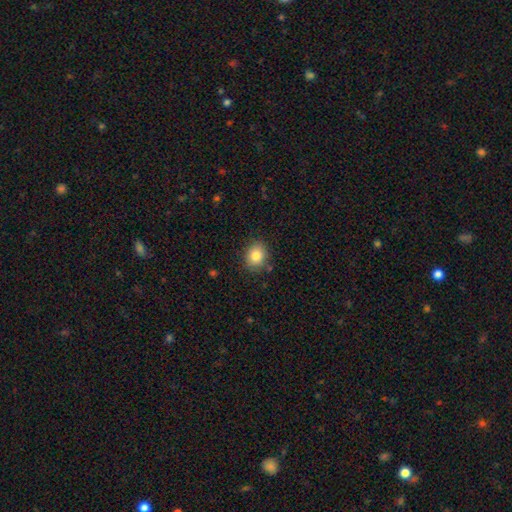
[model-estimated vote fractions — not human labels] smooth 82%, star or artifact 10%, featured or disk 8%. Down the decision tree: how rounded — round (60%); merging — none (86%).